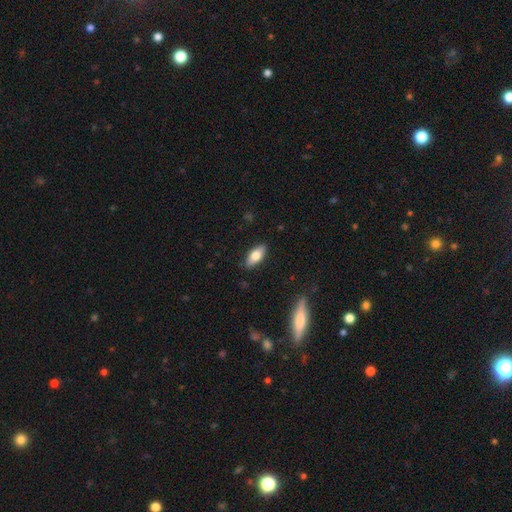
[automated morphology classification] The model was most divided on "smooth or featured": smooth: 72%, featured or disk: 21%, star or artifact: 7%. More confident: merging — none (88%); how rounded — in between (82%).